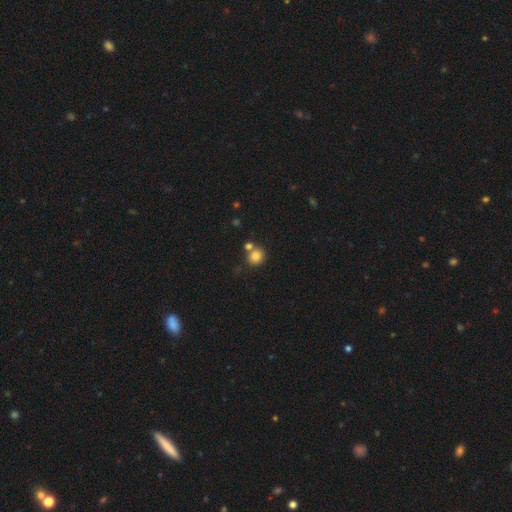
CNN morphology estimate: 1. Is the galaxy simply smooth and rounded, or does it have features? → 83% smooth, 11% star or artifact, 6% featured or disk.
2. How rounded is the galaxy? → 83% round, 16% in between, 1% cigar-shaped.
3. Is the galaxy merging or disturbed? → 60% none, 26% merger, 10% minor disturbance, 4% major disturbance.